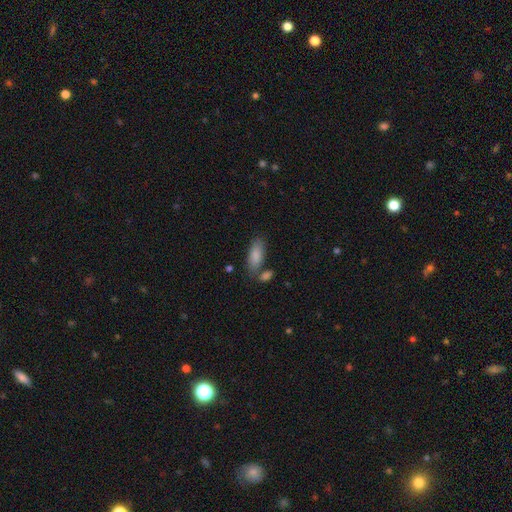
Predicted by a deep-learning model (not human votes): Overall: smooth (86%). How rounded: in between (84%). Merging: none (65%).